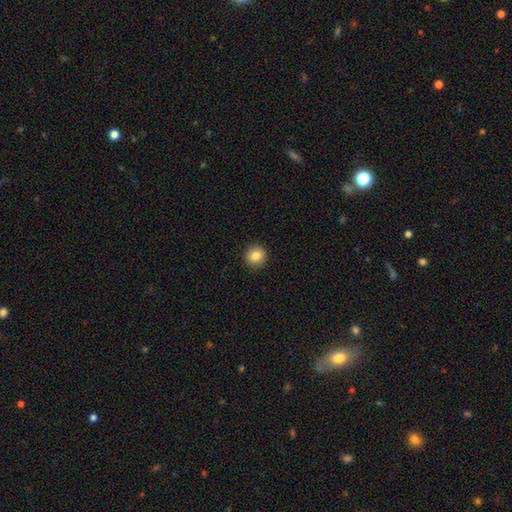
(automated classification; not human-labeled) A smooth galaxy with no disk features (84%) that is round (92%). Merging: none (92%).